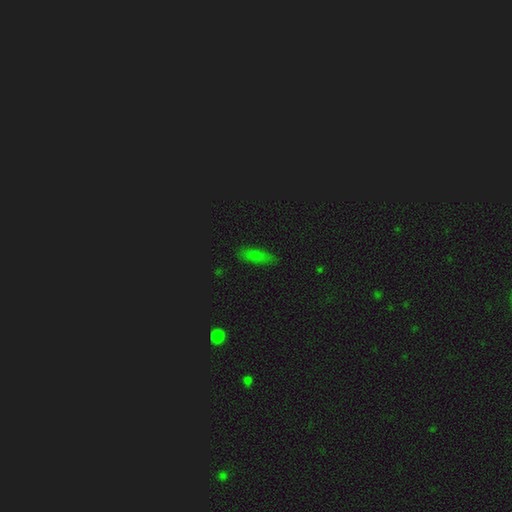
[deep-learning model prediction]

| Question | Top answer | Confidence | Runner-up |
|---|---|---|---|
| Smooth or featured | smooth | 74% | star or artifact (17%) |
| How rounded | in between | 62% | cigar-shaped (34%) |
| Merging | none | 83% | minor disturbance (12%) |